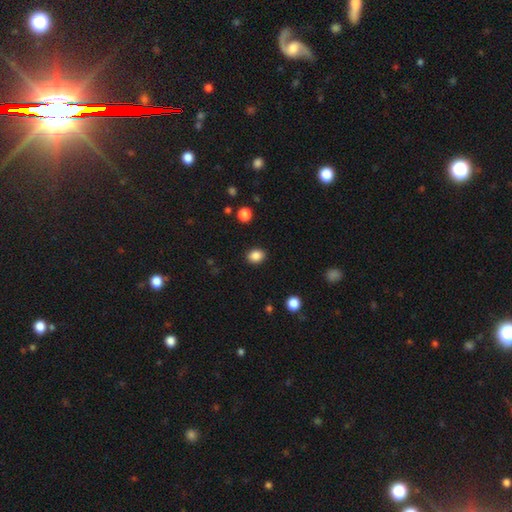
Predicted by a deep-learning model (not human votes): Smooth or featured? Predicted: smooth (p=0.87). How rounded? Predicted: in between (p=0.55). Merging? Predicted: none (p=0.89).